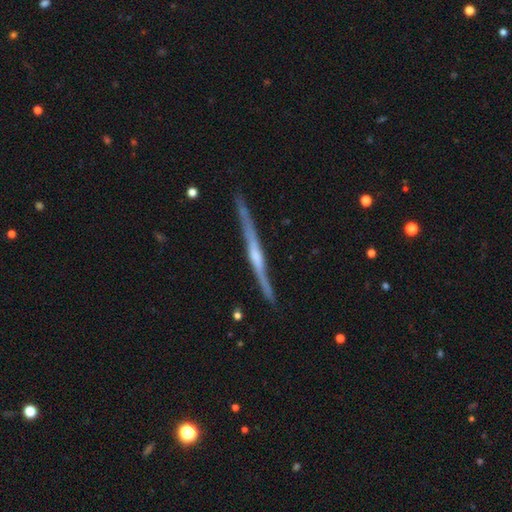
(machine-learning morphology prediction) This appears to be a featured or disk galaxy (81%) viewed edge-on (98%) with a rounded central bulge (58%). Merging: none (86%).